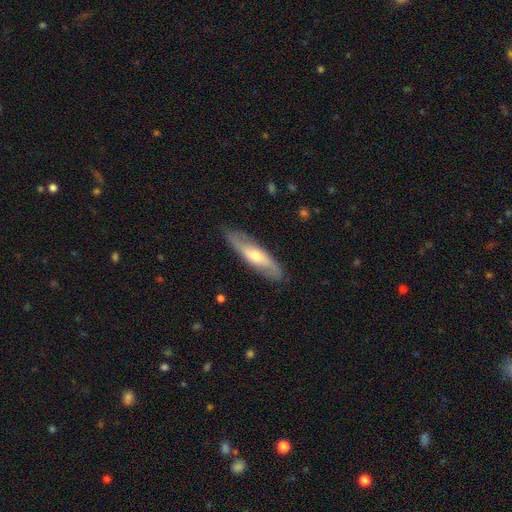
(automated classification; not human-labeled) A featured or disk galaxy (56%). Merging: none (83%).